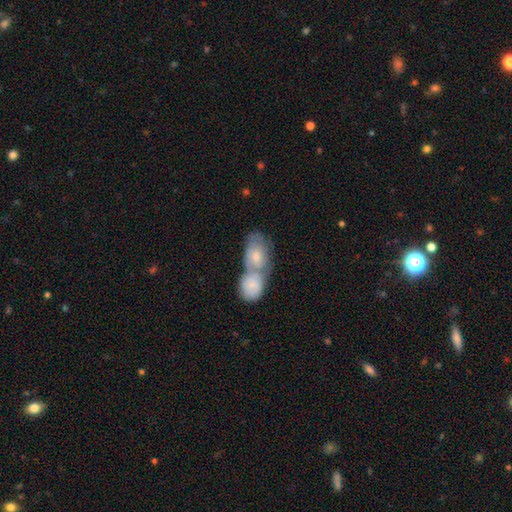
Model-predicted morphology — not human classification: smooth 58%, featured or disk 36%, star or artifact 5%. Down the decision tree: how rounded — in between (83%); merging — merger (72%).